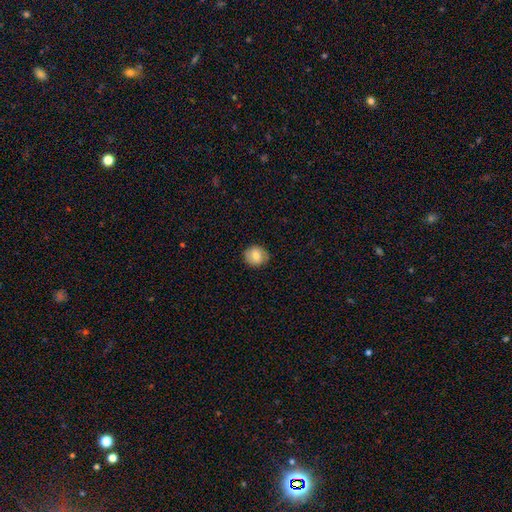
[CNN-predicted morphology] Smooth or featured? smooth (73%)
How rounded? round (82%)
Merging? none (85%)